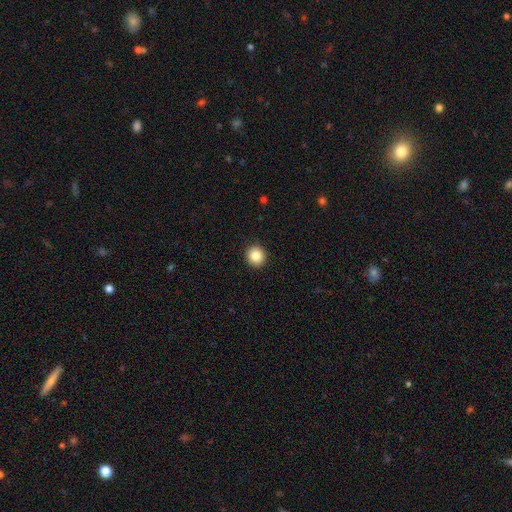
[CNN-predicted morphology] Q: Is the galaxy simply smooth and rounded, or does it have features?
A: smooth — 85%.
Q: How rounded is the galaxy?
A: round — 91%.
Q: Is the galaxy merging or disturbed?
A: none — 93%.